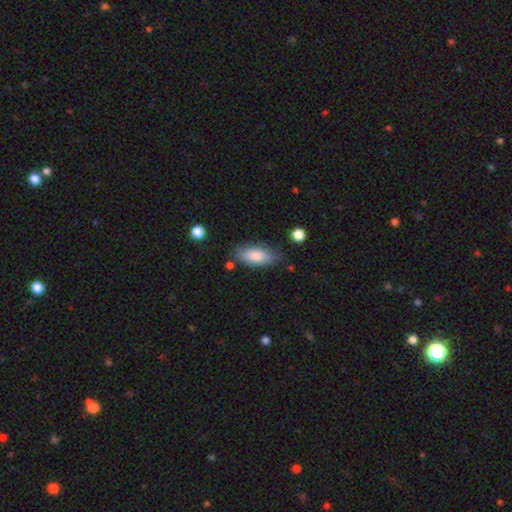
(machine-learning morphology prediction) Smooth or featured? smooth (80%)
How rounded? in between (85%)
Merging? none (77%)